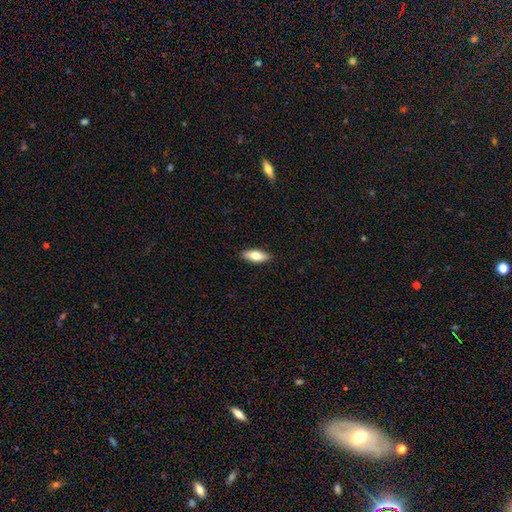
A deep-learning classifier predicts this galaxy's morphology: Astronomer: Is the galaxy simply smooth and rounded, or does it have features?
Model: smooth — 75%.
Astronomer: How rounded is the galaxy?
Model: in between — 74%.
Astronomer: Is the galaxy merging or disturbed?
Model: none — 88%.